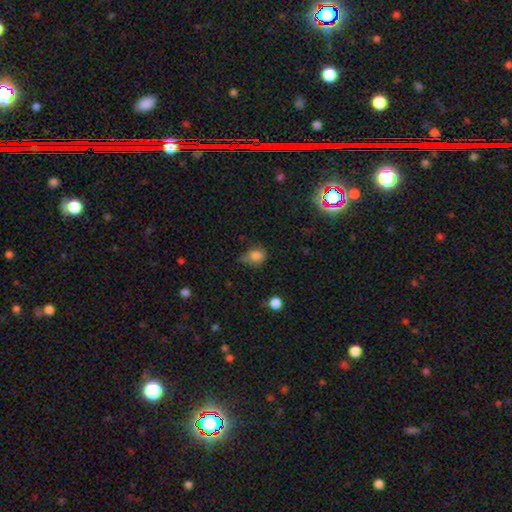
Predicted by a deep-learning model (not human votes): A smooth galaxy with no disk features (77%) that is in between round and cigar-shaped (58%).

Vote fractions:
- Smooth or featured? smooth: 77% / featured or disk: 12% / star or artifact: 12%
- How rounded? in between: 58% / round: 41% / cigar-shaped: 1%
- Merging? minor disturbance: 38% / none: 37% / major disturbance: 21% / merger: 3%